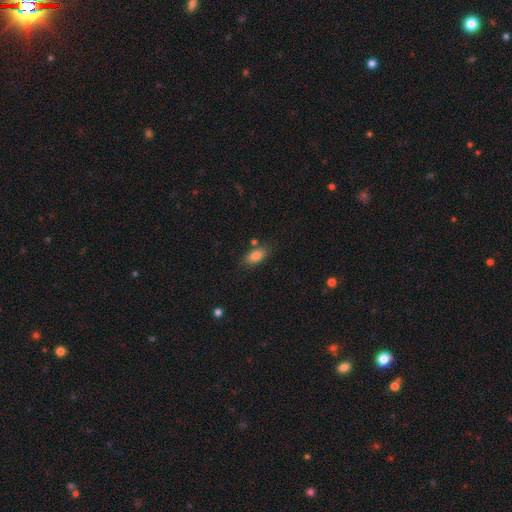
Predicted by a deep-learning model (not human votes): A smooth galaxy with no disk features (83%) that is in between round and cigar-shaped (88%). Merging: none (75%).